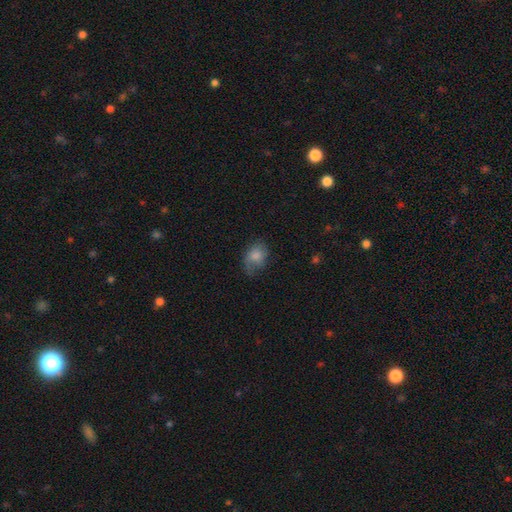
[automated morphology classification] Q: Smooth or featured?
A: smooth (78%); runner-up: featured or disk (13%)
Q: How rounded?
A: in between (75%); runner-up: round (23%)
Q: Merging?
A: none (52%); runner-up: minor disturbance (32%)